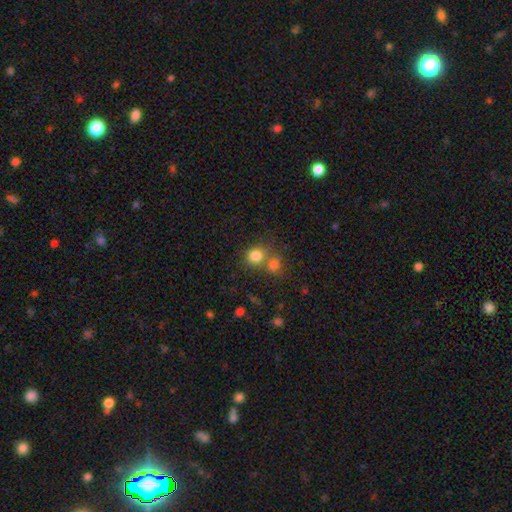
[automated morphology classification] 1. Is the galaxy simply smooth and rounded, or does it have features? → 81% smooth, 12% star or artifact, 7% featured or disk.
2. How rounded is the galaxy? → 80% round, 19% in between, 1% cigar-shaped.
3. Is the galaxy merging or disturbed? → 53% none, 35% merger, 9% minor disturbance, 4% major disturbance.